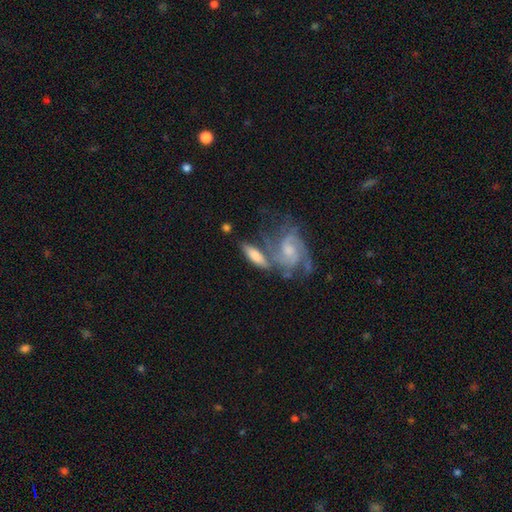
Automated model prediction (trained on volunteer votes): This appears to be a featured or disk galaxy (58%). Merging: none (42%).